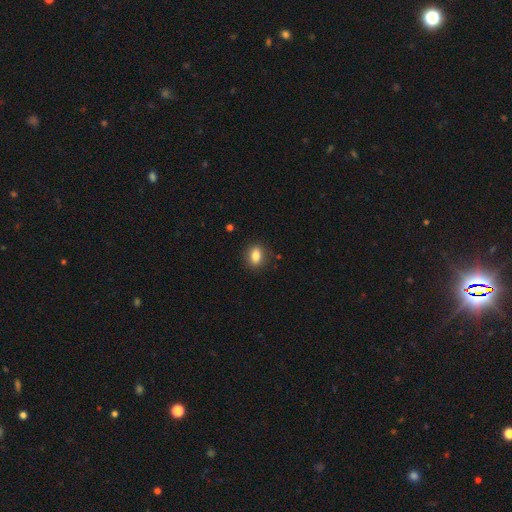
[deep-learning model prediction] This appears to be a smooth galaxy with no disk features (83%) that is in between round and cigar-shaped (70%). Merging: none (86%).